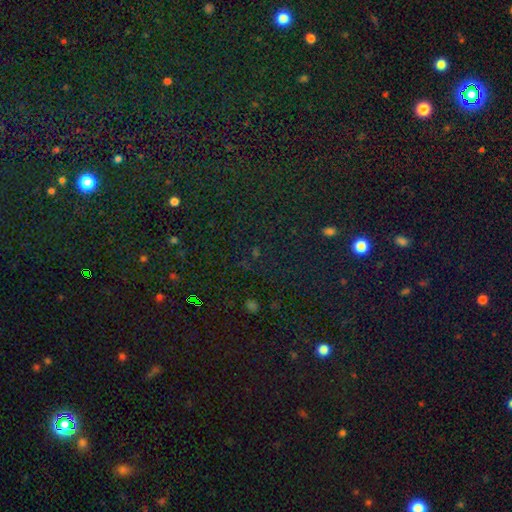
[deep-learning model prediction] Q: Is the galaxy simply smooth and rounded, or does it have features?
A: star or artifact — 75%.